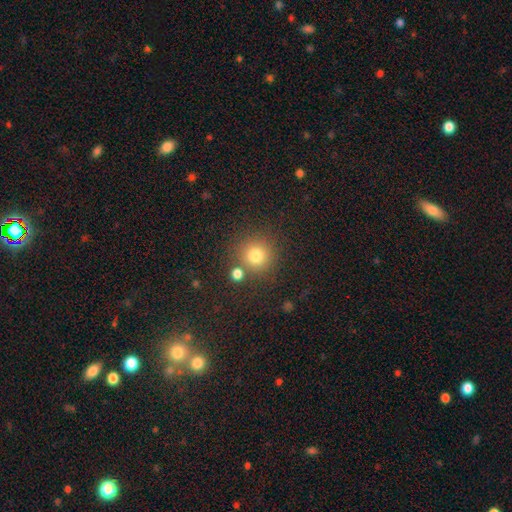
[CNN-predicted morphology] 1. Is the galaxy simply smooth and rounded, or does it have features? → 78% smooth, 14% star or artifact, 7% featured or disk.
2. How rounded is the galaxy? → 93% round, 6% in between, 1% cigar-shaped.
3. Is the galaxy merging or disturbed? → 76% none, 11% merger, 9% minor disturbance, 4% major disturbance.